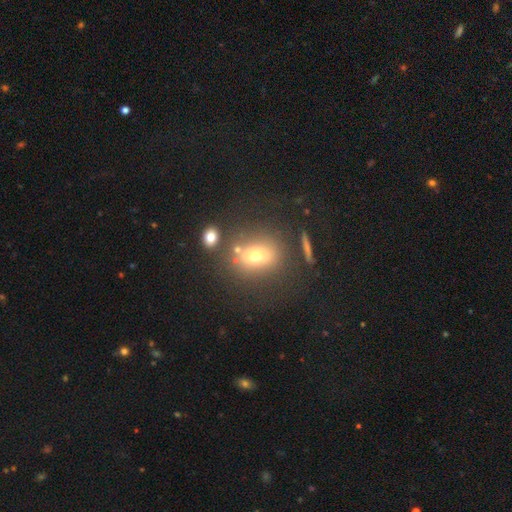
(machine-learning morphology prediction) Overall: smooth (64%). How rounded: round (53%; in between 44%). Merging: none (68%).